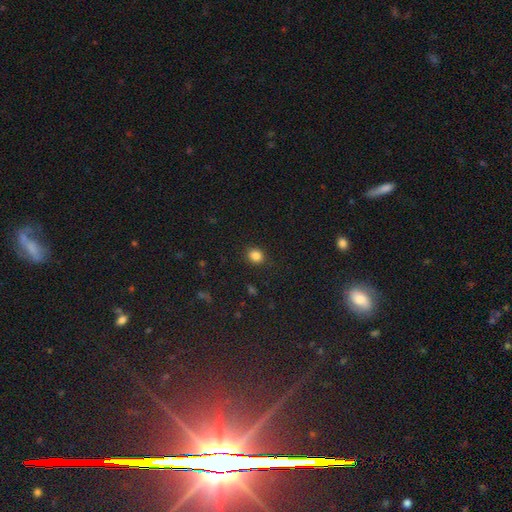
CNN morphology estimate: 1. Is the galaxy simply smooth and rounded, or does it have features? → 85% smooth, 11% star or artifact, 4% featured or disk.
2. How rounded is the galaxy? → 72% round, 27% in between, 1% cigar-shaped.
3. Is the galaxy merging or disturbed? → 88% none, 8% minor disturbance, 3% major disturbance, 1% merger.